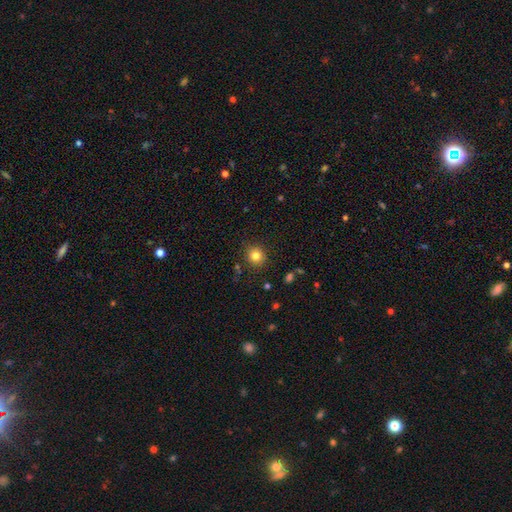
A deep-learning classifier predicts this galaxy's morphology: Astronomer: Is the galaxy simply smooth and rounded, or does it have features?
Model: smooth — 82%.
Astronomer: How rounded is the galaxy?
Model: round — 89%.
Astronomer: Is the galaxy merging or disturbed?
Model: none — 87%.